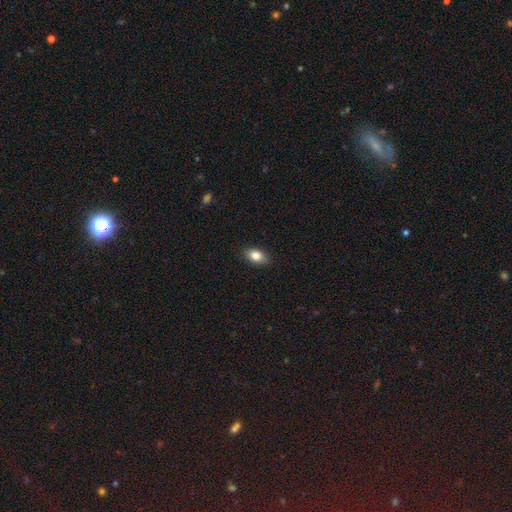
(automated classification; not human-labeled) Smooth or featured? smooth (83%)
How rounded? in between (86%)
Merging? none (87%)